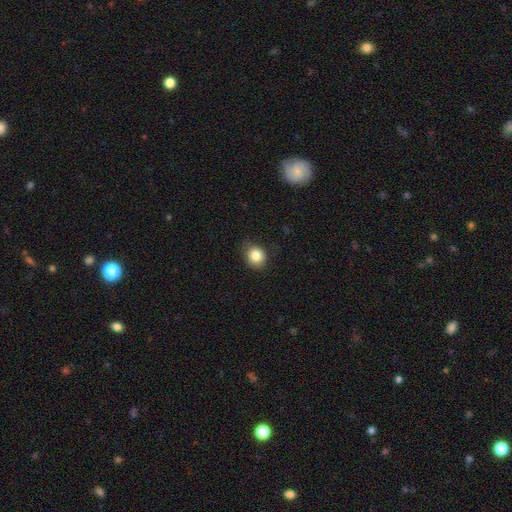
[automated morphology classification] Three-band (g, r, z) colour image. It shows a smooth galaxy with no disk features (84%) that is round (73%). Merging: none (79%).